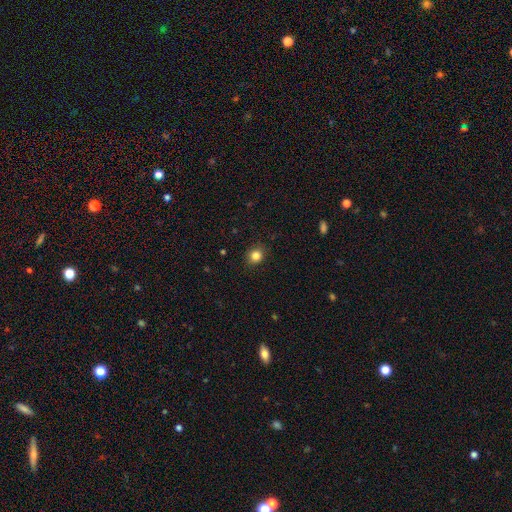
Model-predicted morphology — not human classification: Smooth or featured? Predicted: smooth (p=0.84). How rounded? Predicted: round (p=0.77). Merging? Predicted: none (p=0.86).